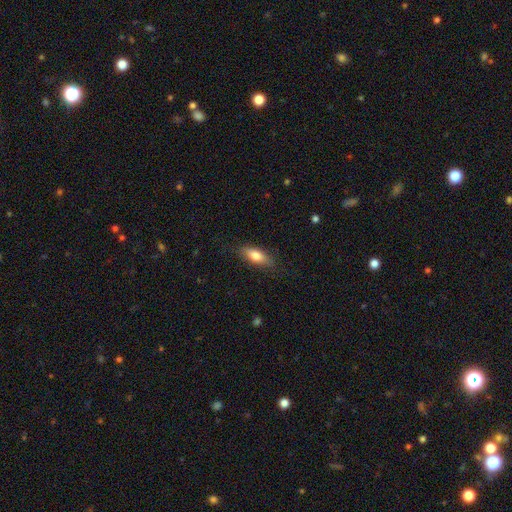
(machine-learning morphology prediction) smooth_or_featured: smooth (p=0.78) [alt: featured or disk p=0.16]
how_rounded: in between (p=0.73) [alt: cigar-shaped p=0.24]
merging: none (p=0.82) [alt: minor disturbance p=0.14]